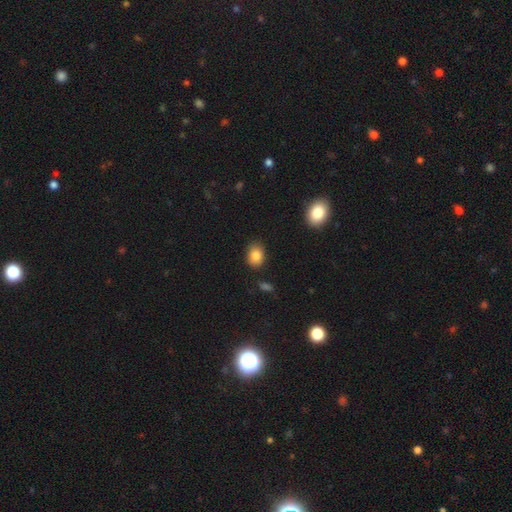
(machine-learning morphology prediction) Q: Smooth or featured?
A: smooth (85%); runner-up: star or artifact (9%)
Q: How rounded?
A: in between (65%); runner-up: round (34%)
Q: Merging?
A: none (81%); runner-up: minor disturbance (14%)